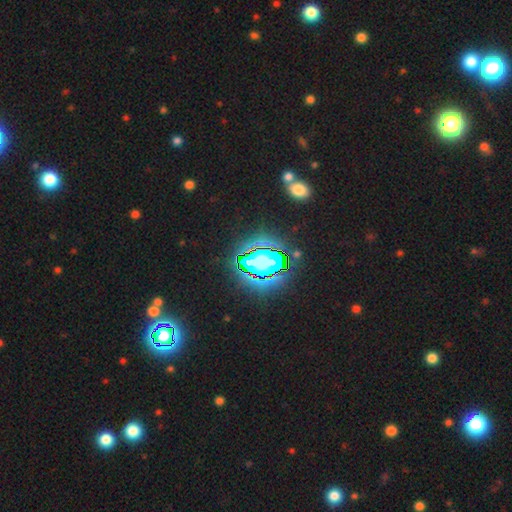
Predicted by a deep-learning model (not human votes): Smooth or featured? Predicted: star or artifact (p=0.75).